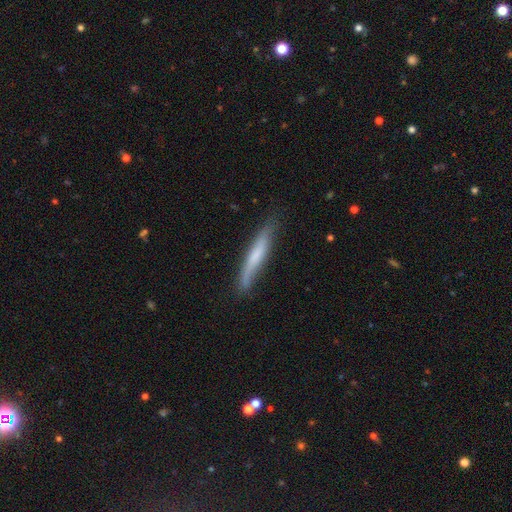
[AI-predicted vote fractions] Q: Smooth or featured?
A: smooth (58%); runner-up: featured or disk (36%)
Q: How rounded?
A: cigar-shaped (93%); runner-up: in between (5%)
Q: Merging?
A: none (73%); runner-up: minor disturbance (21%)